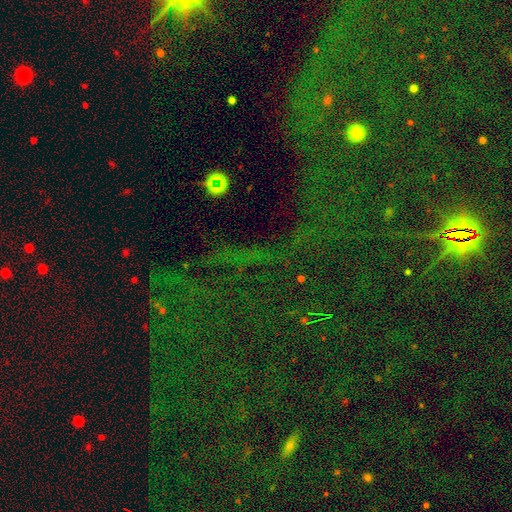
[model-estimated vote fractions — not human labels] This is clearly a star or artifact rather than a galaxy (81%).